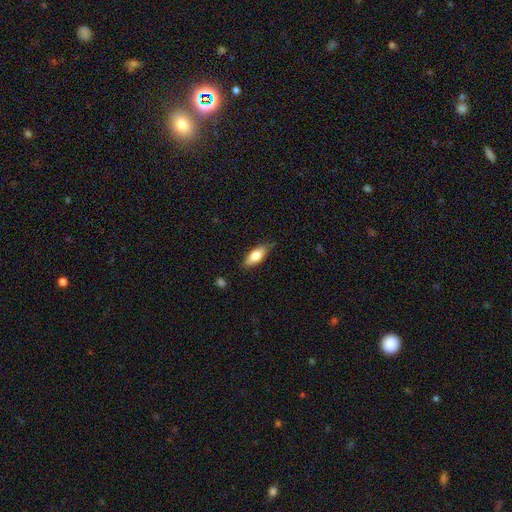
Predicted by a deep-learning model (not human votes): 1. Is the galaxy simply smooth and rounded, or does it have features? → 76% smooth, 18% featured or disk, 7% star or artifact.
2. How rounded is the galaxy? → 79% in between, 18% cigar-shaped, 3% round.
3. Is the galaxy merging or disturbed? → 81% none, 15% minor disturbance, 3% major disturbance, 1% merger.